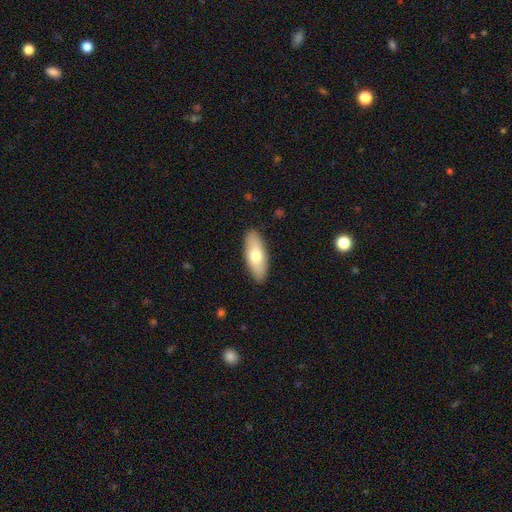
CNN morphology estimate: Smooth or featured?
  - smooth: 69% *
  - featured or disk: 25%
  - star or artifact: 5%
How rounded?
  - in between: 77% *
  - cigar-shaped: 21%
  - round: 2%
Merging?
  - none: 88% *
  - minor disturbance: 9%
  - major disturbance: 2%
  - merger: 1%